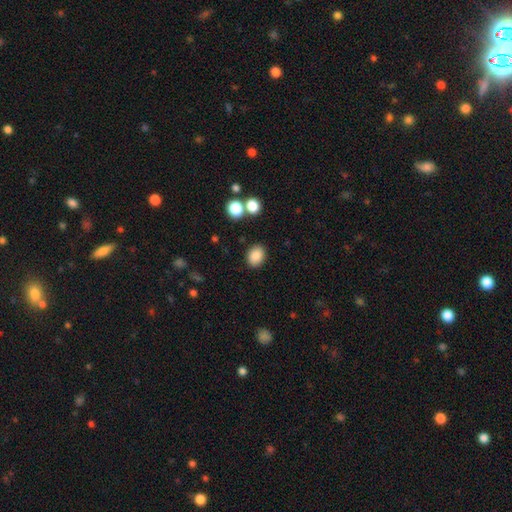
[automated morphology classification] type=smooth (86%); roundness=in between (62%); merging=none (86%).